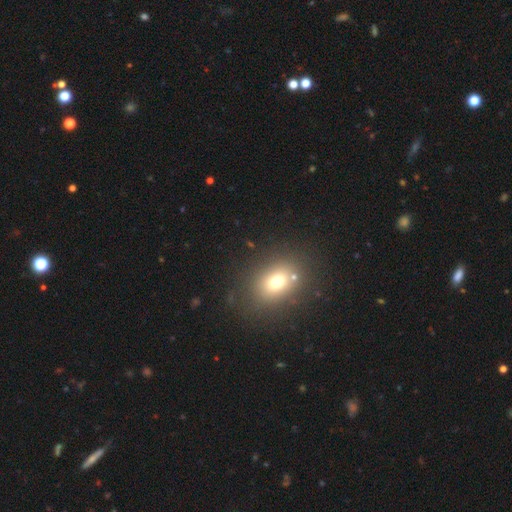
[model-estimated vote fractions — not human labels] Q: Smooth or featured?
A: smooth (63%); runner-up: star or artifact (25%)
Q: How rounded?
A: in between (59%); runner-up: round (39%)
Q: Merging?
A: none (89%); runner-up: minor disturbance (7%)